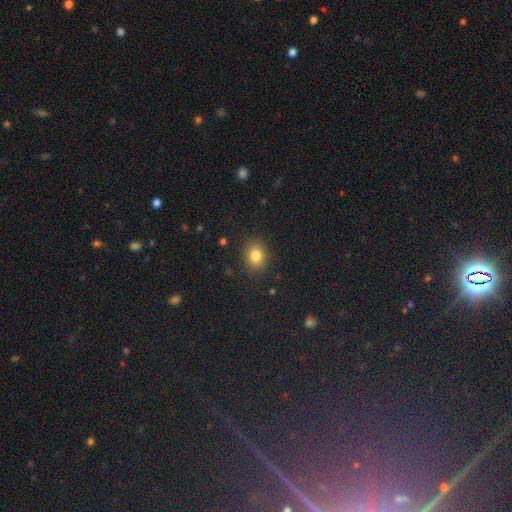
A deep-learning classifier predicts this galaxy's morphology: This appears to be a smooth galaxy with no disk features (81%) that is round (50%). Merging: none (87%).